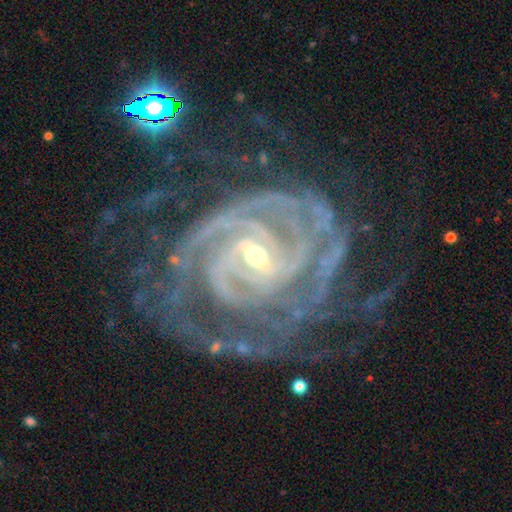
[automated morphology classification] Smooth or featured? featured or disk (92%)
Edge-on disk? no (97%)
Bar? weak (45%)
Spiral arms? yes (98%)
Spiral winding? tight (76%)
Spiral arm count? 2 (28%)
Bulge size? small (68%)
Merging? none (62%)